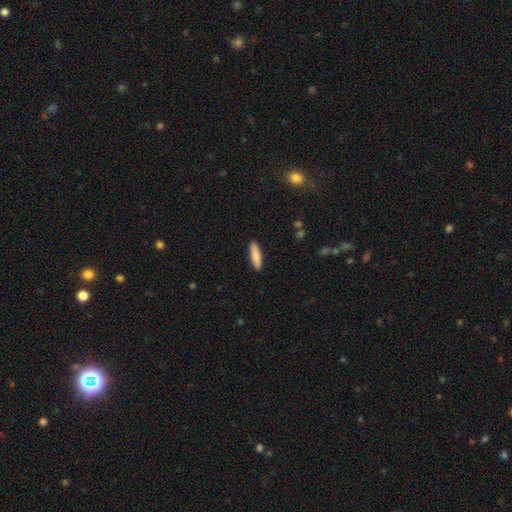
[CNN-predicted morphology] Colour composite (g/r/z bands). It shows a smooth galaxy with no disk features (85%) that is cigar-shaped (75%). Merging: none (90%).